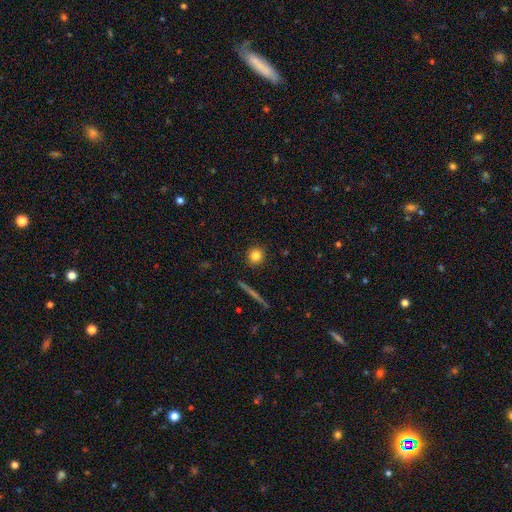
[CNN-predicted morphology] This appears to be a smooth galaxy with no disk features (82%) that is round (91%). Merging: none (91%).